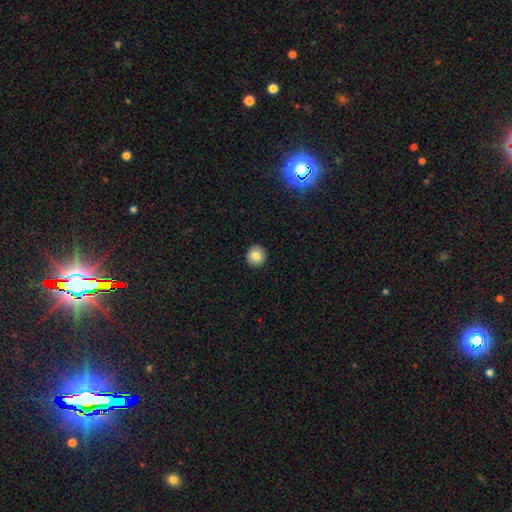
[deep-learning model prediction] Morphology: type=smooth (82%); roundness=round (94%); merging=none (93%).